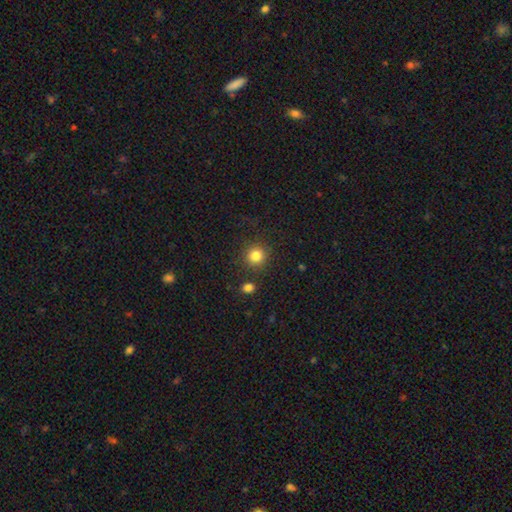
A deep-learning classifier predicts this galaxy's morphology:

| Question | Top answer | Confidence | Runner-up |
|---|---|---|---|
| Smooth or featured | smooth | 83% | star or artifact (12%) |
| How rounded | round | 92% | in between (7%) |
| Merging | none | 86% | minor disturbance (7%) |